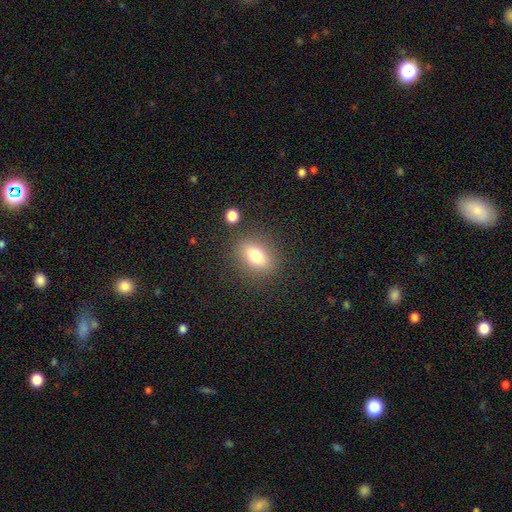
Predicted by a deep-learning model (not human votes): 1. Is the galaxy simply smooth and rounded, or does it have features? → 76% smooth, 14% featured or disk, 10% star or artifact.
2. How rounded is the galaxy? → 72% in between, 24% round, 4% cigar-shaped.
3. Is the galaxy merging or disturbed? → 83% none, 10% minor disturbance, 4% major disturbance, 3% merger.